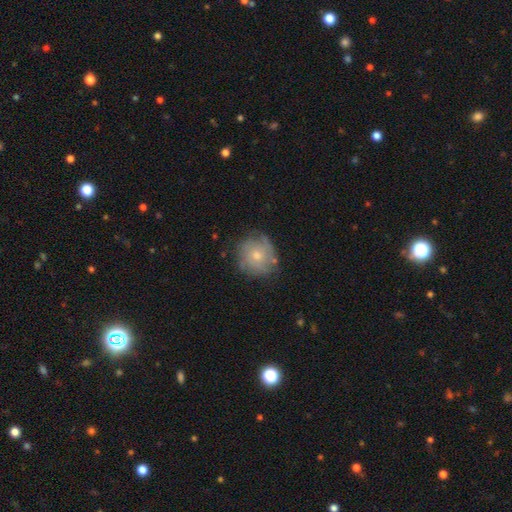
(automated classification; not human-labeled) This is possibly a smooth galaxy (48%). Merging: likely none (74%).